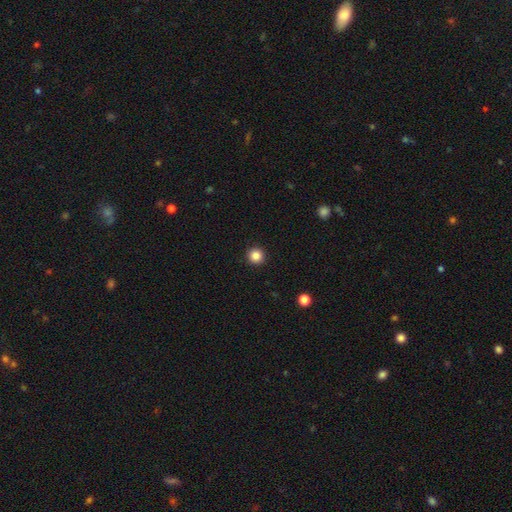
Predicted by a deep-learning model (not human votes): This appears to be a smooth galaxy with no disk features (85%) that is round (96%). Merging: none (94%).